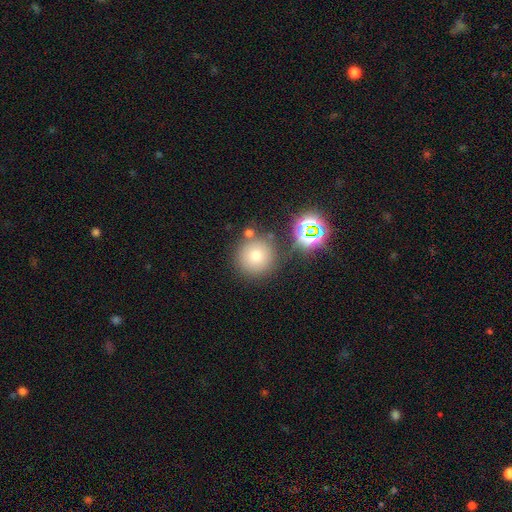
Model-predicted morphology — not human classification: Smooth or featured? smooth (69%)
How rounded? round (95%)
Merging? none (80%)